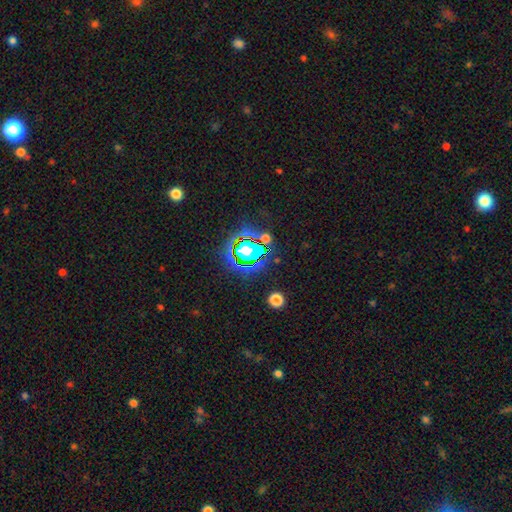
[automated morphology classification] A star or artifact, not a galaxy (75%).

Vote fractions:
- Smooth or featured? star or artifact: 75% / smooth: 16% / featured or disk: 9%